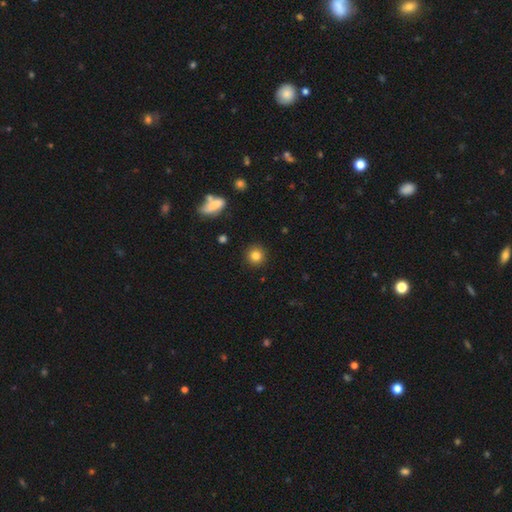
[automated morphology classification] smooth_or_featured: smooth (p=0.83) [alt: star or artifact p=0.11]
how_rounded: round (p=0.93) [alt: in between p=0.06]
merging: none (p=0.91) [alt: minor disturbance p=0.06]